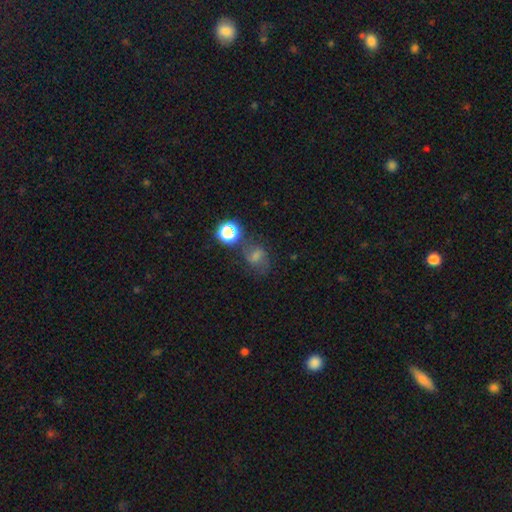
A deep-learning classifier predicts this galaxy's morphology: The model was most divided on "how rounded" (2-way tie): round: 49%, in between: 49%, cigar-shaped: 2%. More confident: merging — none (55%); smooth or featured — smooth (51%).